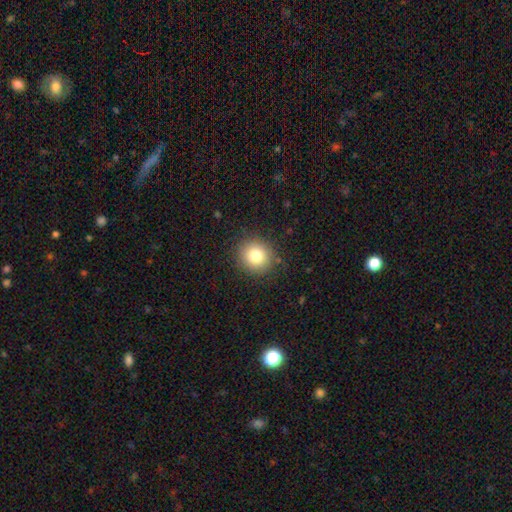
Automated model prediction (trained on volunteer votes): Overall: smooth (79%). How rounded: round (87%). Merging: none (88%).